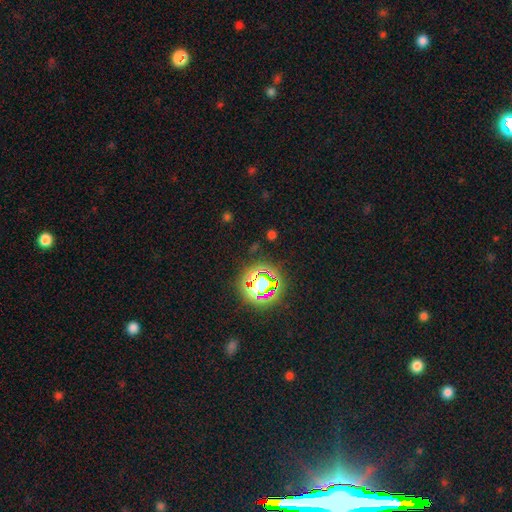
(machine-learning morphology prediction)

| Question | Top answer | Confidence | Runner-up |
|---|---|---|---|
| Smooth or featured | star or artifact | 79% | smooth (14%) |